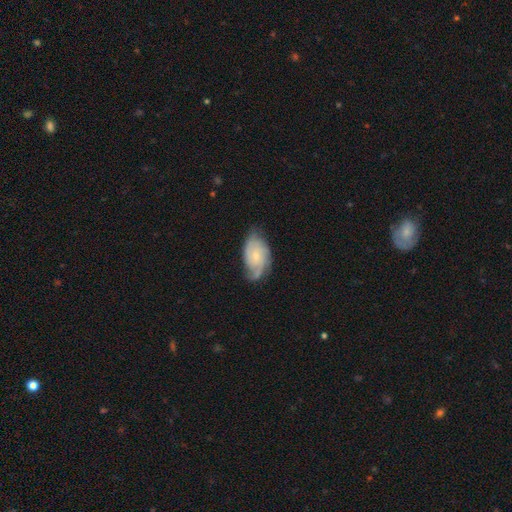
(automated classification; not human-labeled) featured or disk 75%, smooth 19%, star or artifact 6%. Down the decision tree: edge-on disk — no (97%); bar — no (70%); spiral arms — yes (94%); spiral arm count — 2 (37%); spiral winding — tight (45%); bulge size — small (67%); merging — none (61%).